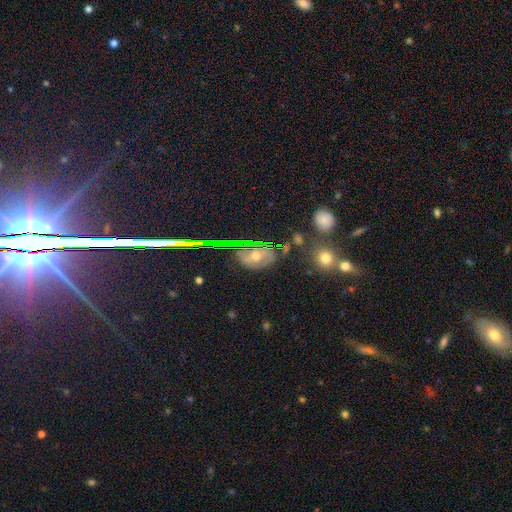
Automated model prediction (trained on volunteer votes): smooth_or_featured: smooth (p=0.38) [alt: featured or disk p=0.37]
merging: none (p=0.68) [alt: minor disturbance p=0.19]